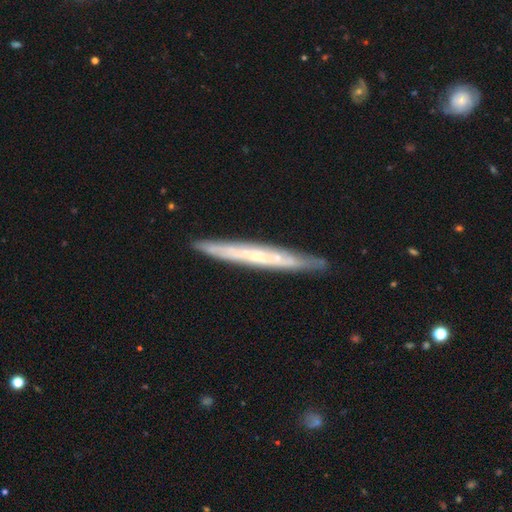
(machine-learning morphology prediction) Overall: featured or disk (63%; smooth 31%). Edge-on disk: yes (89%). Edge-on bulge: none (72%). Merging: none (87%).